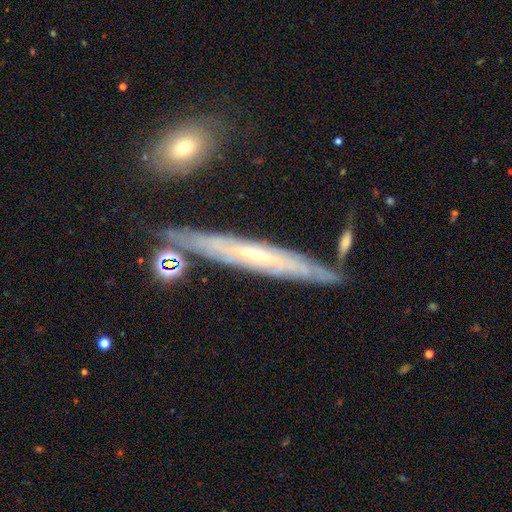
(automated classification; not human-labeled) Overall: featured or disk (75%). Edge-on disk: yes (69%; no 31%). Edge-on bulge: rounded (50%; none 47%). Merging: none (79%).